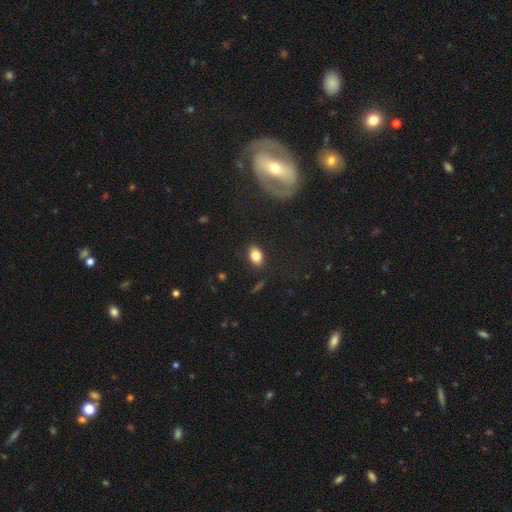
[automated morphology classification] Smooth or featured?
  - smooth: 82% *
  - featured or disk: 9%
  - star or artifact: 9%
How rounded?
  - in between: 85% *
  - round: 12%
  - cigar-shaped: 2%
Merging?
  - none: 86% *
  - minor disturbance: 10%
  - major disturbance: 3%
  - merger: 1%